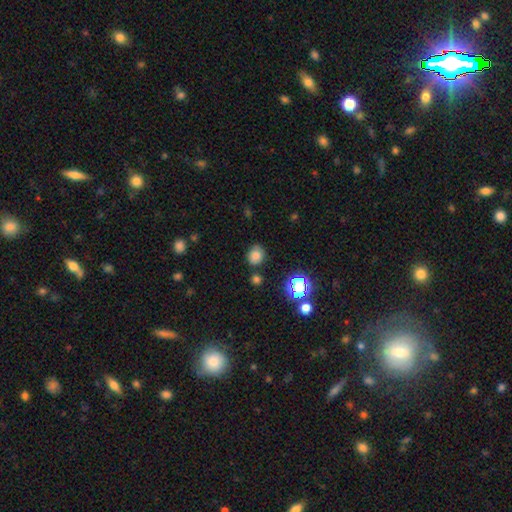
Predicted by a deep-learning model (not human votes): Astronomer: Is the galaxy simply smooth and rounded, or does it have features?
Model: smooth — 77%.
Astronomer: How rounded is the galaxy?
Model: round — 63%.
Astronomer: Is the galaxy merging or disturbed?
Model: none — 79%.